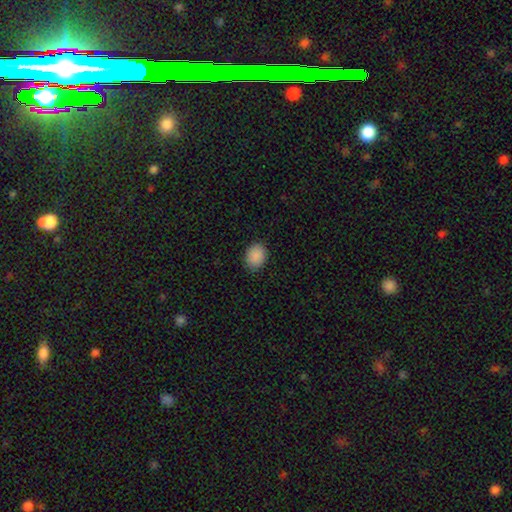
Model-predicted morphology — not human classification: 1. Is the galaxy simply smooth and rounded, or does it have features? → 90% smooth, 8% star or artifact, 2% featured or disk.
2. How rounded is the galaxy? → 61% in between, 38% round, 1% cigar-shaped.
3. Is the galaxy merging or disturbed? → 87% none, 10% minor disturbance, 2% major disturbance, 1% merger.